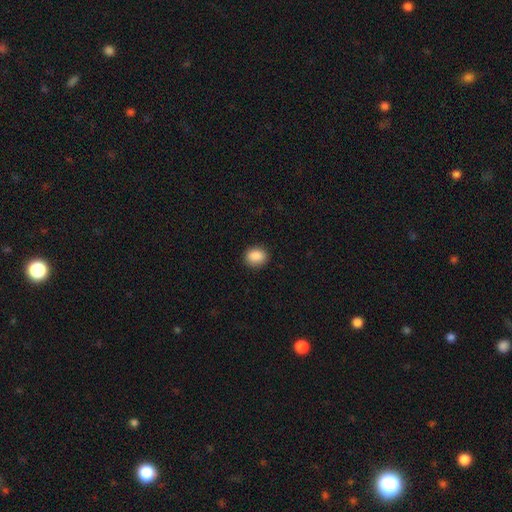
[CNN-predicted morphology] smooth 89%, star or artifact 8%, featured or disk 3%. Down the decision tree: how rounded — in between (53%); merging — none (88%).